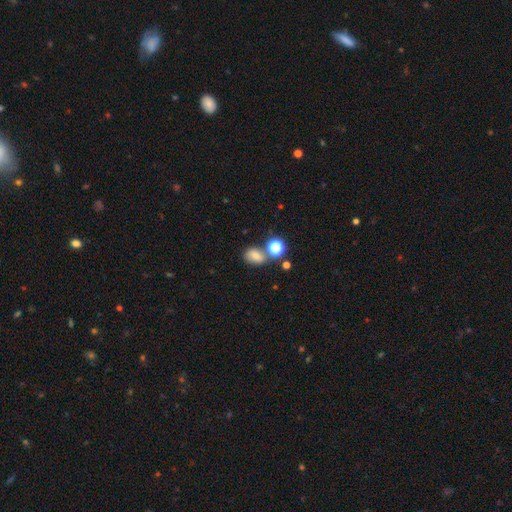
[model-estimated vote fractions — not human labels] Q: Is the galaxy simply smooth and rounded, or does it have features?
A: smooth — 73%.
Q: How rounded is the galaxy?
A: in between — 67%.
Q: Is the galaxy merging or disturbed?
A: none — 54%.